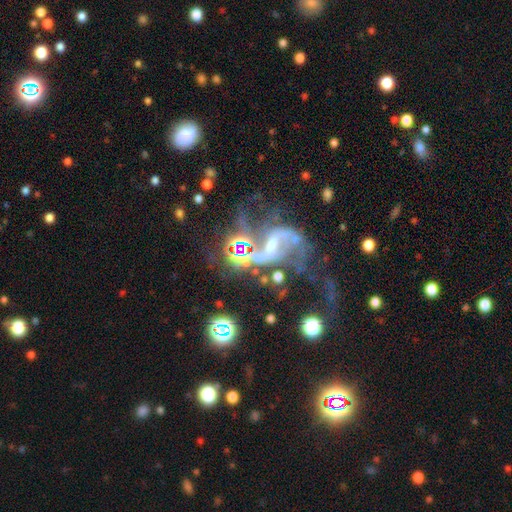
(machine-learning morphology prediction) A featured or disk galaxy (66%) with a strong bar (42%), 2 (82%) loose (61%) spiral arms (86%) and a moderate central bulge (41%).

Vote fractions:
- Smooth or featured? featured or disk: 66% / star or artifact: 23% / smooth: 10%
- Edge-on disk? no: 96% / yes: 4%
- Bar? strong: 42% / weak: 37% / no: 21%
- Spiral arms? yes: 86% / no: 14%
- Spiral winding? loose: 61% / medium: 31% / tight: 8%
- Spiral arm count? 2: 82% / can't tell: 7% / 1: 5% / 3: 2% / 4: 2% / more than 4: 2%
- Bulge size? moderate: 41% / small: 33% / none: 14% / large: 9% / dominant: 3%
- Merging? none: 36% / major disturbance: 29% / merger: 20% / minor disturbance: 15%